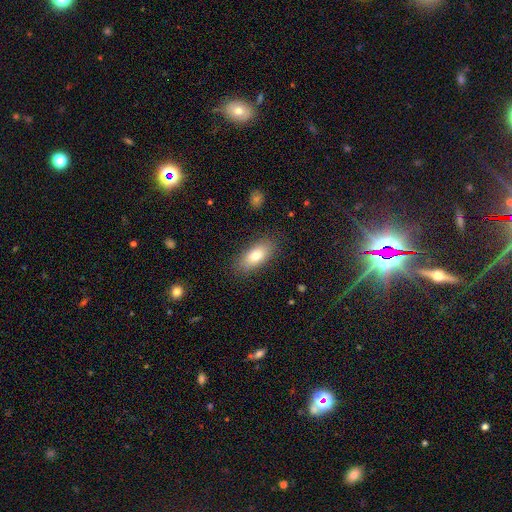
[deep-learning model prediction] Smooth or featured: smooth — 79% (featured or disk — 14%)
How rounded: in between — 83% (cigar-shaped — 14%)
Merging: none — 85% (minor disturbance — 11%)